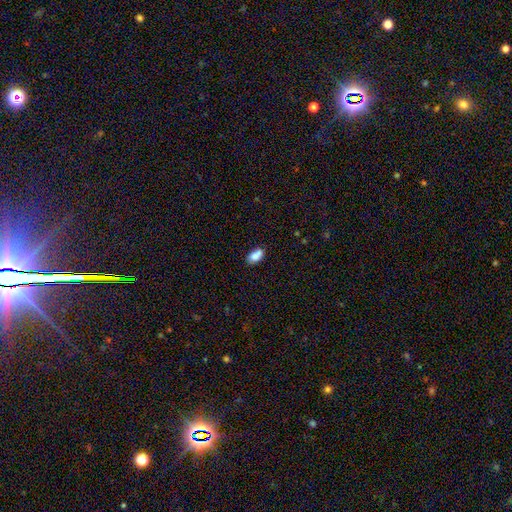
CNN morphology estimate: smooth 75%, featured or disk 15%, star or artifact 9%. Down the decision tree: how rounded — in between (85%); merging — none (46%).